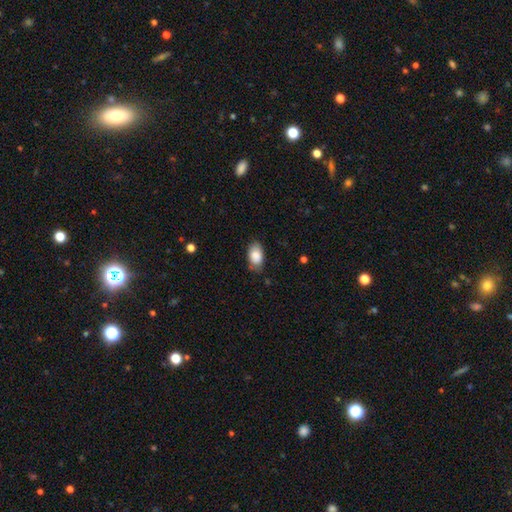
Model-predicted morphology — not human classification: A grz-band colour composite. It shows a smooth galaxy with no disk features (86%) that is in between round and cigar-shaped (92%). Merging: none (75%).